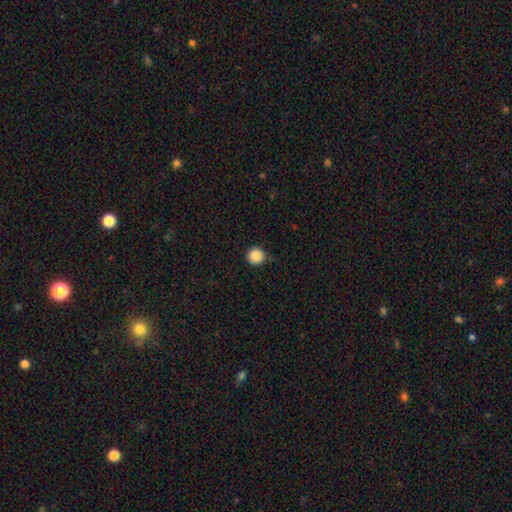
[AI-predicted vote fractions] A smooth galaxy with no disk features (87%) that is round (94%).

Vote fractions:
- Smooth or featured? smooth: 87% / star or artifact: 10% / featured or disk: 3%
- How rounded? round: 94% / in between: 5% / cigar-shaped: 1%
- Merging? none: 83% / minor disturbance: 13% / major disturbance: 2% / merger: 1%